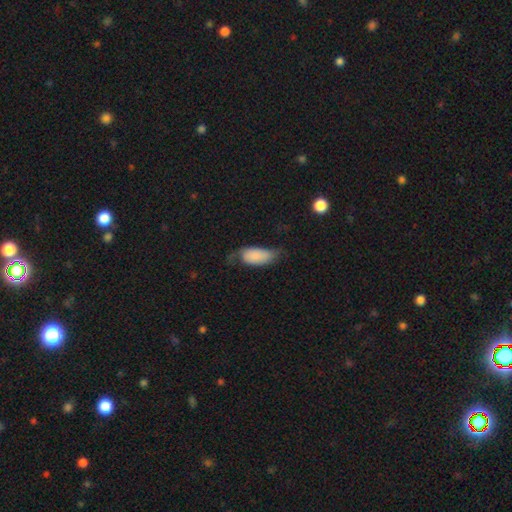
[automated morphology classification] A smooth galaxy with no disk features (71%) that is in between round and cigar-shaped (90%). Merging: none (39%).